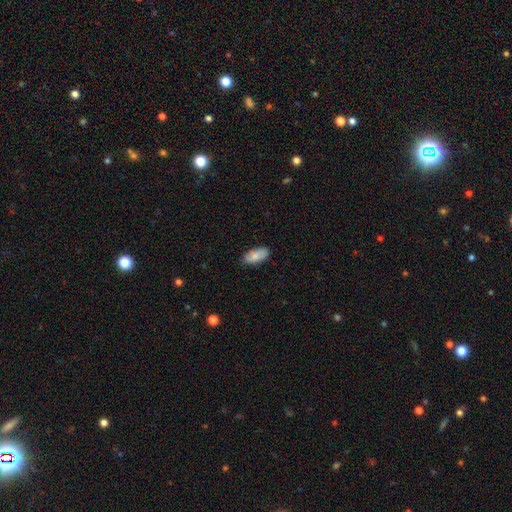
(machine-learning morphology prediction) A smooth galaxy with no disk features (83%) that is in between round and cigar-shaped (88%). Merging: none (81%).